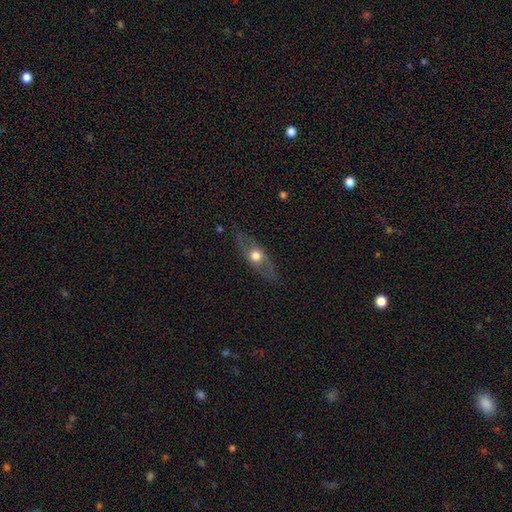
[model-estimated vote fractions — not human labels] A featured or disk galaxy (54%) viewed edge-on (64%). Merging: none (83%).